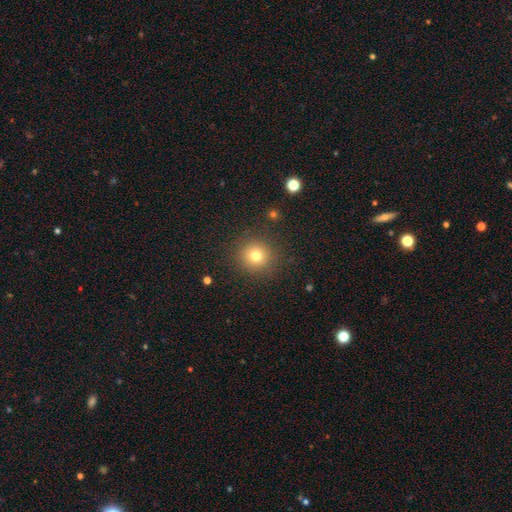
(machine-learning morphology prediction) smooth 77%, star or artifact 15%, featured or disk 8%. Down the decision tree: how rounded — round (93%); merging — none (89%).